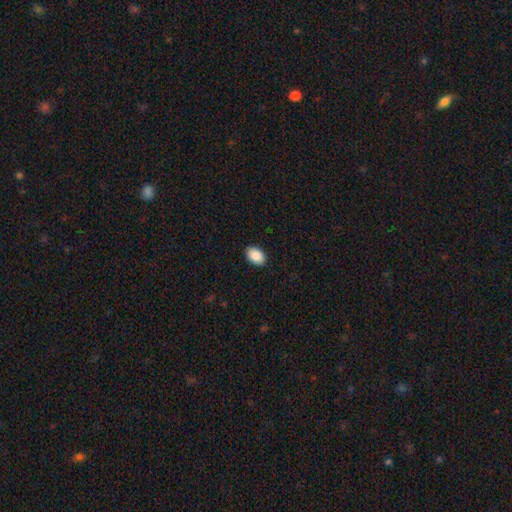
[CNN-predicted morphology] A smooth galaxy with no disk features (90%) that is in between round and cigar-shaped (88%).

Vote fractions:
- Smooth or featured? smooth: 90% / star or artifact: 7% / featured or disk: 3%
- How rounded? in between: 88% / round: 11% / cigar-shaped: 1%
- Merging? none: 90% / minor disturbance: 7% / major disturbance: 2% / merger: 1%